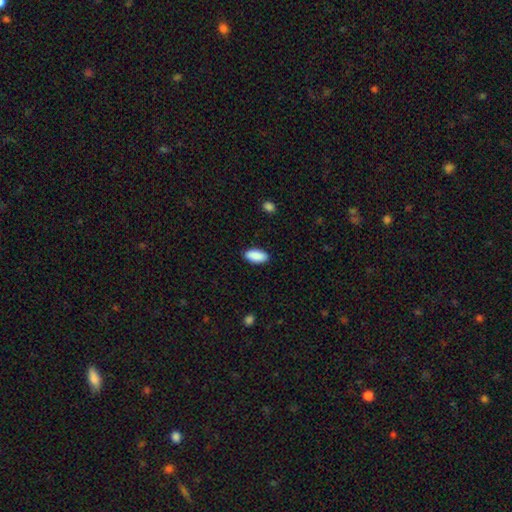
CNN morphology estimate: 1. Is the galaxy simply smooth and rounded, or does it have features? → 91% smooth, 6% star or artifact, 3% featured or disk.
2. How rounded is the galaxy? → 92% in between, 6% cigar-shaped, 2% round.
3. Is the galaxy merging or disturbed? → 89% none, 8% minor disturbance, 2% major disturbance, 1% merger.